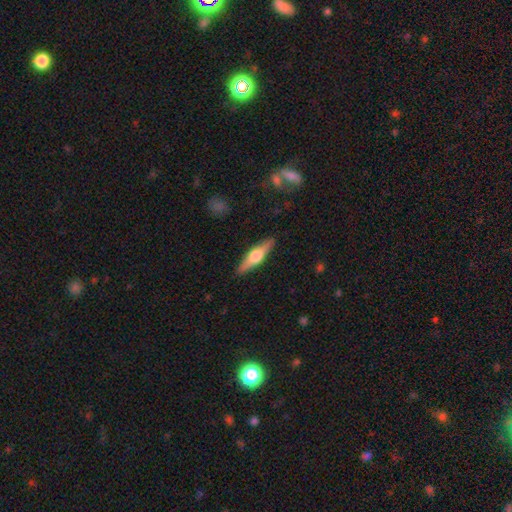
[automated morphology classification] featured or disk 61%, smooth 34%, star or artifact 5%. Down the decision tree: edge-on disk — yes (96%); edge-on bulge — rounded (94%); merging — none (90%).